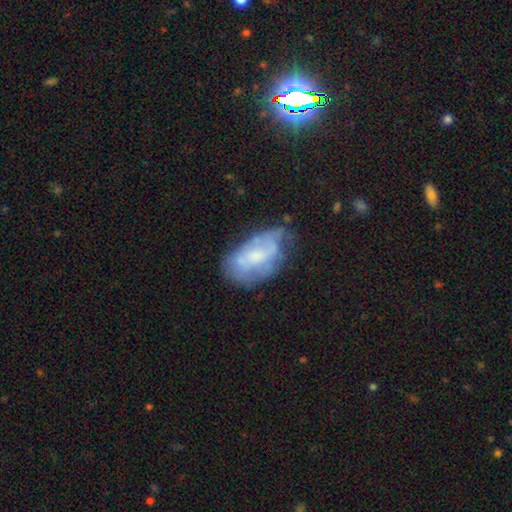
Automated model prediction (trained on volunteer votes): A featured or disk galaxy (50%).

Vote fractions:
- Smooth or featured? featured or disk: 50% / smooth: 42% / star or artifact: 9%
- Merging? none: 45% / minor disturbance: 33% / major disturbance: 17% / merger: 5%